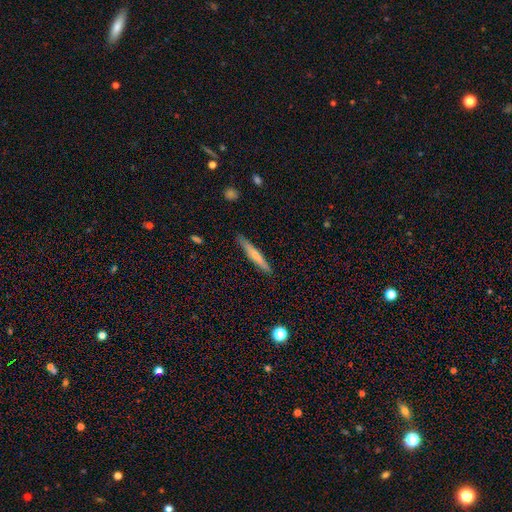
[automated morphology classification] This appears to be a smooth galaxy with no disk features (58%) that is cigar-shaped (94%). Merging: none (88%).